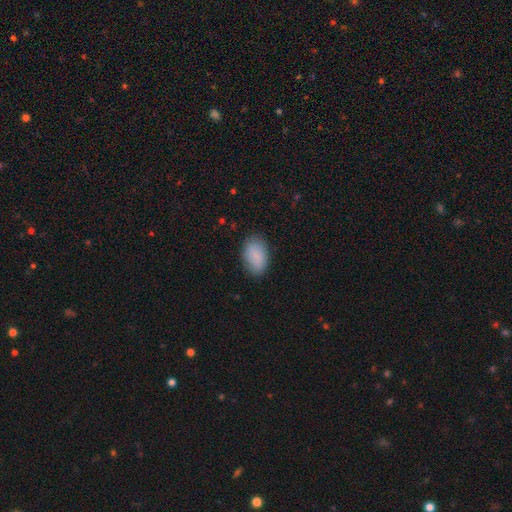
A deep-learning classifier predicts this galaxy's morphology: Smooth or featured?
  - smooth: 87% *
  - star or artifact: 7%
  - featured or disk: 7%
How rounded?
  - in between: 91% *
  - round: 8%
  - cigar-shaped: 1%
Merging?
  - none: 83% *
  - minor disturbance: 13%
  - major disturbance: 3%
  - merger: 1%